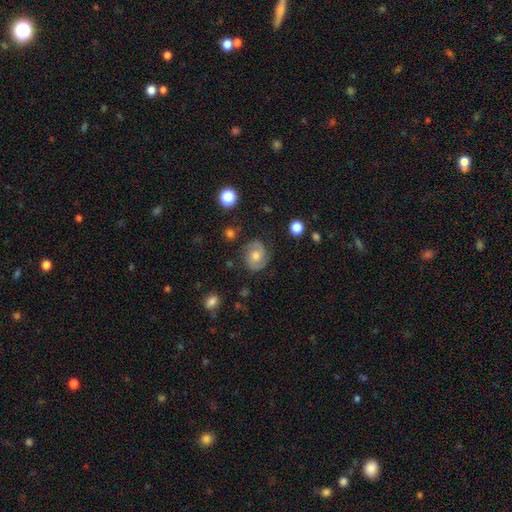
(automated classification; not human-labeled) Smooth or featured? Predicted: featured or disk (p=0.56). Edge-on disk? Predicted: no (p=0.97). Bar? Predicted: no (p=0.73). Spiral arms? Predicted: yes (p=0.85). Bulge size? Predicted: moderate (p=0.67). Merging? Predicted: none (p=0.78).